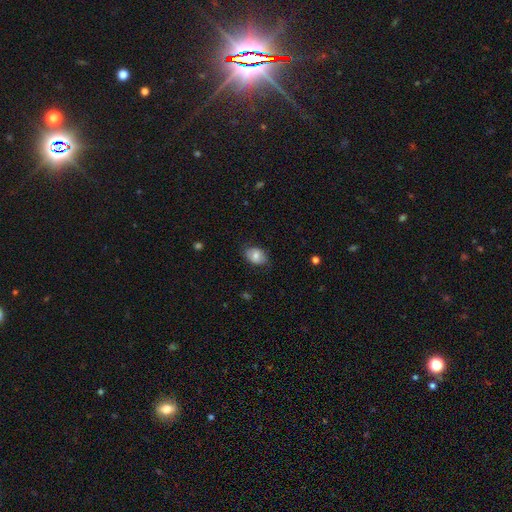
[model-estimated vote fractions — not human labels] smooth-or-featured: smooth: 70% | featured or disk: 23% | star or artifact: 8%
  how-rounded: in between: 74% | round: 25% | cigar-shaped: 1%
  merging: none: 74% | minor disturbance: 20% | major disturbance: 5% | merger: 1%